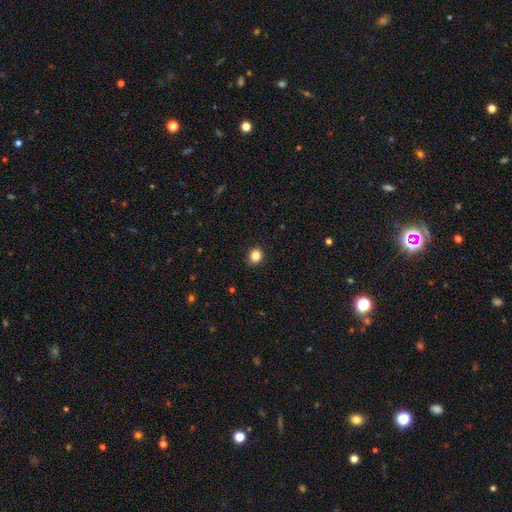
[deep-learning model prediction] Morphology: type=smooth (84%); roundness=round (76%); merging=none (88%).